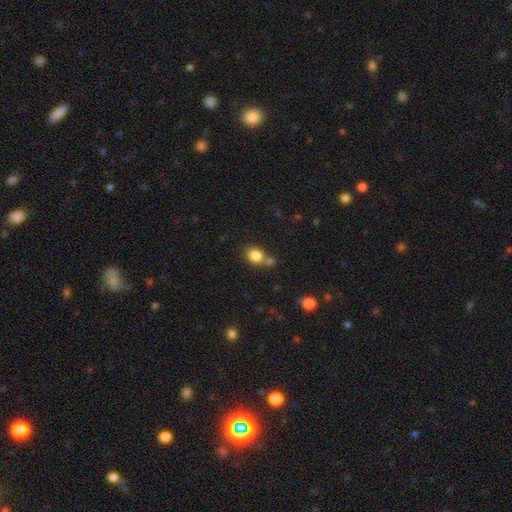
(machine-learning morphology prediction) This appears to be a smooth galaxy with no disk features (83%) that is round (60%). Merging: none (57%).